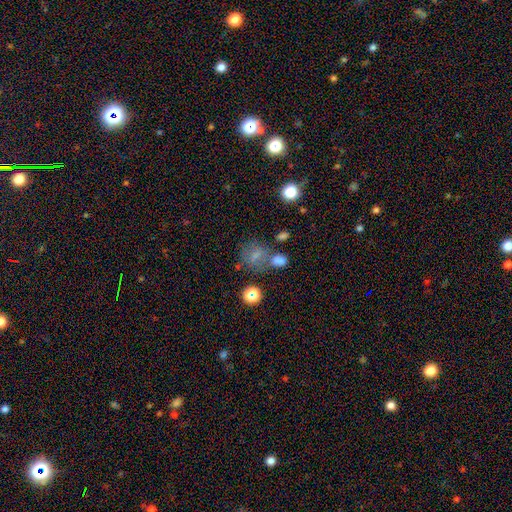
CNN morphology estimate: Smooth or featured? smooth (65%)
How rounded? round (61%)
Merging? none (51%)